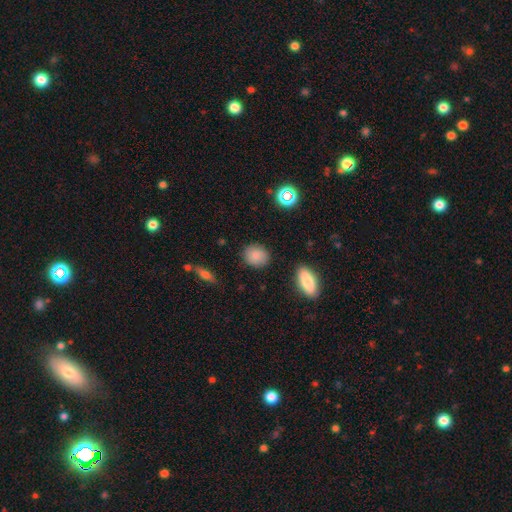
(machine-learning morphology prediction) smooth_or_featured: smooth (p=0.83) [alt: star or artifact p=0.10]
how_rounded: round (p=0.71) [alt: in between p=0.27]
merging: none (p=0.86) [alt: minor disturbance p=0.10]